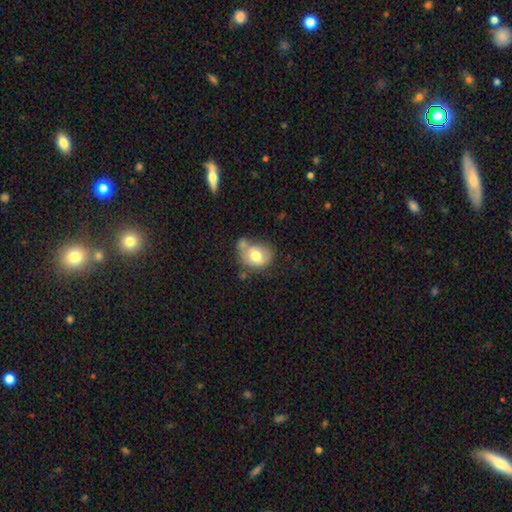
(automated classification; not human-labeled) A smooth galaxy with no disk features (70%) that is round (54%).

Vote fractions:
- Smooth or featured? smooth: 70% / featured or disk: 22% / star or artifact: 8%
- How rounded? round: 54% / in between: 45% / cigar-shaped: 1%
- Merging? none: 35% / merger: 31% / minor disturbance: 23% / major disturbance: 10%